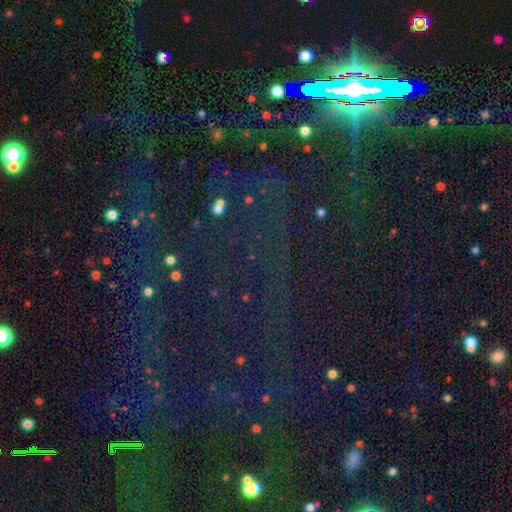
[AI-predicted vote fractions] A star or artifact, not a galaxy (82%).

Vote fractions:
- Smooth or featured? star or artifact: 82% / smooth: 10% / featured or disk: 8%